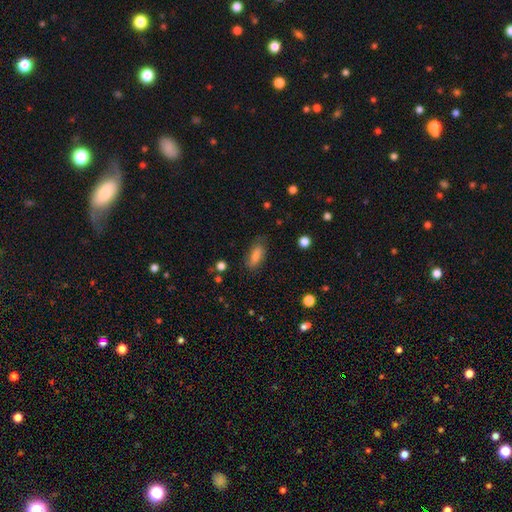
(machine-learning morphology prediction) This appears to be a smooth galaxy with no disk features (79%) that is in between round and cigar-shaped (70%). Merging: none (76%).